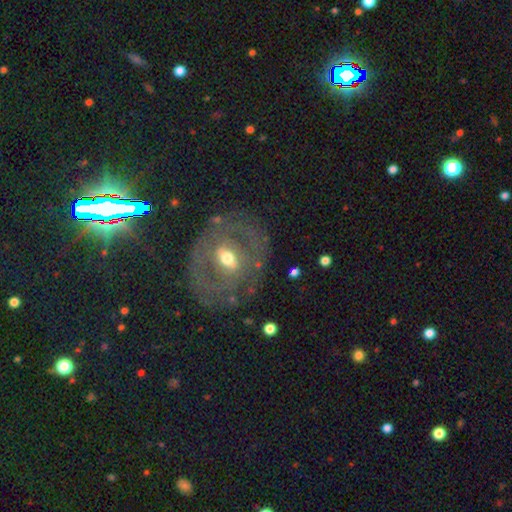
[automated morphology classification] This appears to be a featured or disk galaxy (67%) with a weak bar (41%), spiral arms (51%) and a moderate central bulge (59%). Merging: none (76%).